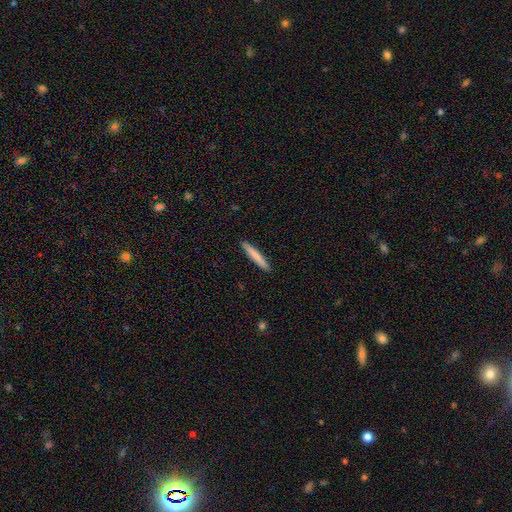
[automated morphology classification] Smooth or featured: smooth — 78% (featured or disk — 17%)
How rounded: cigar-shaped — 95% (in between — 4%)
Merging: none — 92% (minor disturbance — 6%)